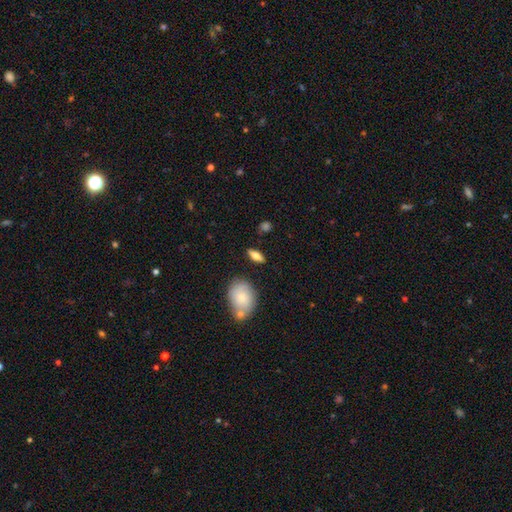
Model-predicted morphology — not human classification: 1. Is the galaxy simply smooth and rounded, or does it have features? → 65% smooth, 27% featured or disk, 8% star or artifact.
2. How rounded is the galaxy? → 66% in between, 28% cigar-shaped, 6% round.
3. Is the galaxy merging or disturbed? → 81% none, 11% minor disturbance, 5% merger, 3% major disturbance.